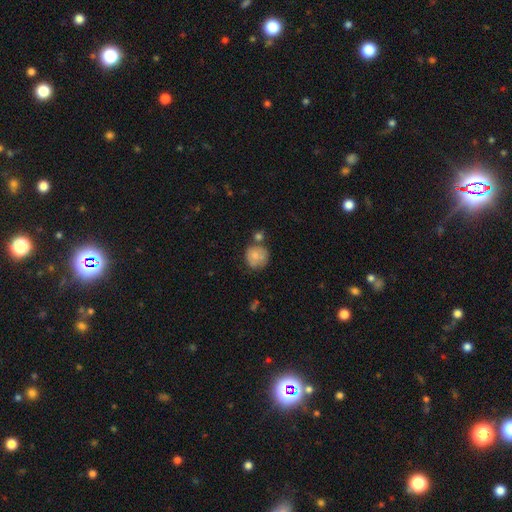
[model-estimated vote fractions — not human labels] smooth-or-featured: smooth: 76% | featured or disk: 16% | star or artifact: 8%
  how-rounded: round: 85% | in between: 14% | cigar-shaped: 1%
  merging: none: 56% | minor disturbance: 22% | merger: 16% | major disturbance: 6%